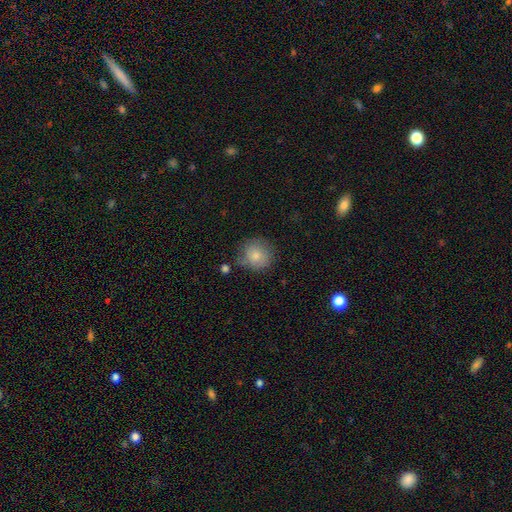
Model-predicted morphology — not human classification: smooth-or-featured: smooth: 80% | featured or disk: 12% | star or artifact: 8%
  how-rounded: round: 88% | in between: 11% | cigar-shaped: 1%
  merging: none: 69% | minor disturbance: 21% | major disturbance: 6% | merger: 4%